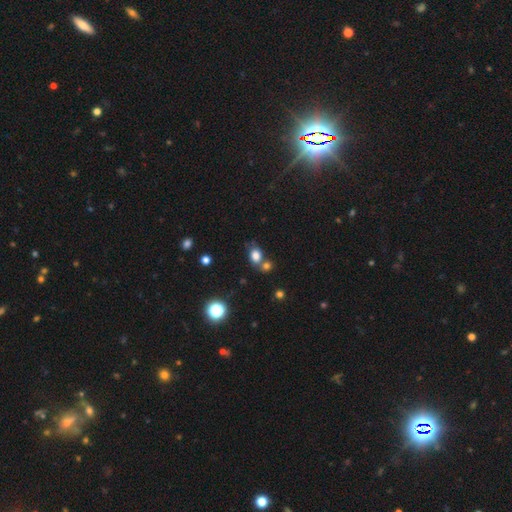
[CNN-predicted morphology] This appears to be a smooth galaxy with no disk features (79%) that is in between round and cigar-shaped (59%). Merging: none (51%).